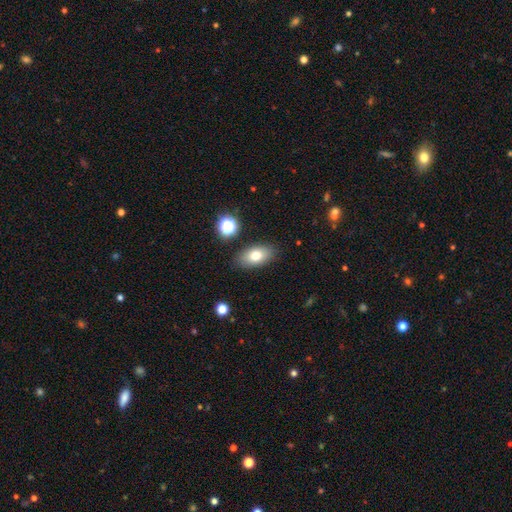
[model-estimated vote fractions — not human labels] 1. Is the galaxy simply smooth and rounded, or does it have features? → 76% smooth, 15% featured or disk, 9% star or artifact.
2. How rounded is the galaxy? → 89% in between, 8% round, 3% cigar-shaped.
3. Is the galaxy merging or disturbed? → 86% none, 10% minor disturbance, 3% major disturbance, 2% merger.